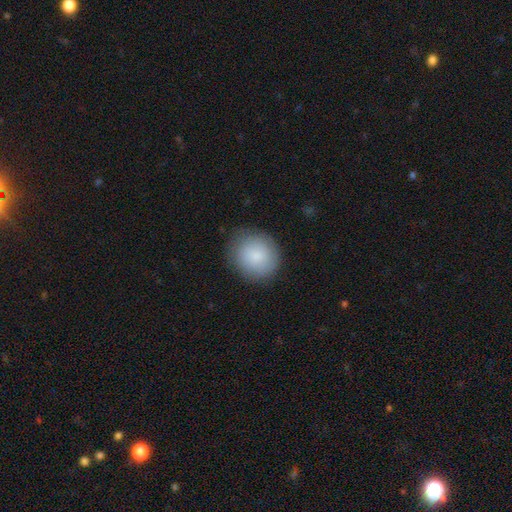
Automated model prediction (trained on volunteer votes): A smooth galaxy with no disk features (85%) that is round (84%). Merging: none (83%).